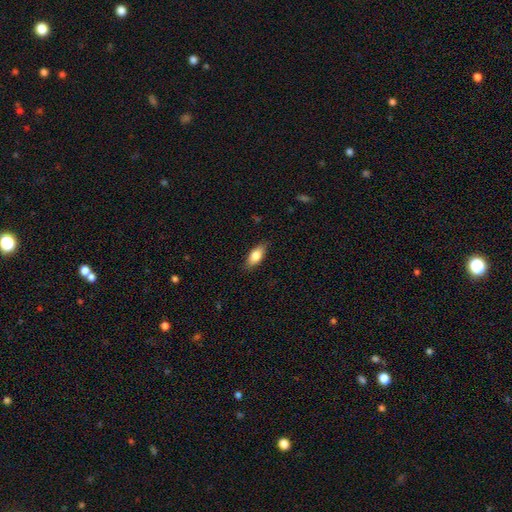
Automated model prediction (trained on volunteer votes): A smooth galaxy with no disk features (76%) that is in between round and cigar-shaped (82%). Merging: none (83%).